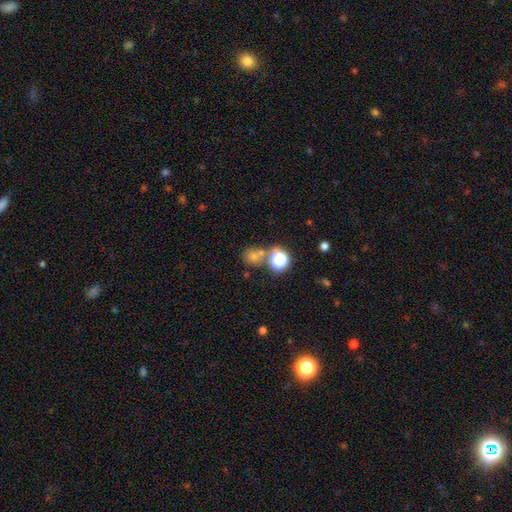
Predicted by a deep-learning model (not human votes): Morphology: type=smooth (64%); roundness=round (81%); merging=none (57%).